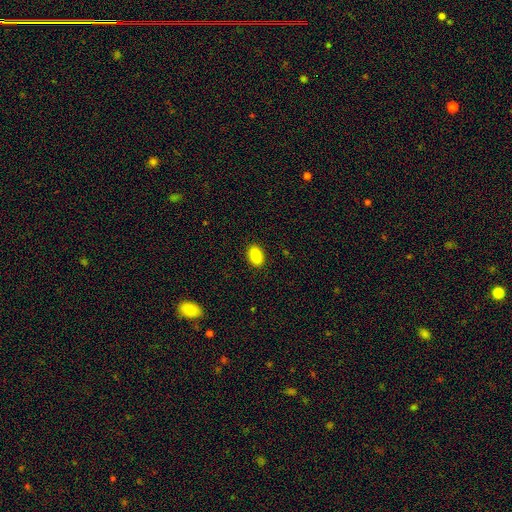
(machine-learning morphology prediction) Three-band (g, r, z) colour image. It shows a smooth galaxy with no disk features (89%) that is in between round and cigar-shaped (90%). Merging: none (89%).